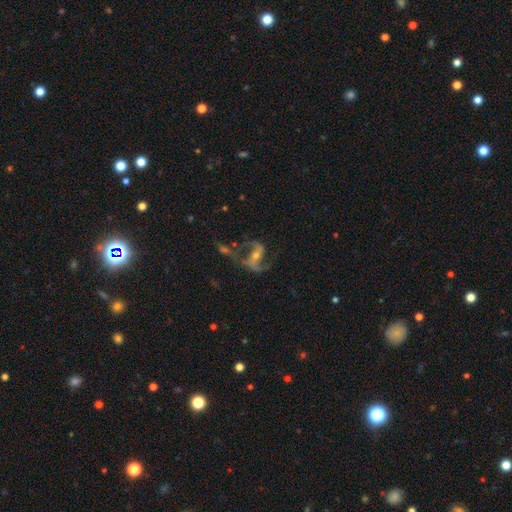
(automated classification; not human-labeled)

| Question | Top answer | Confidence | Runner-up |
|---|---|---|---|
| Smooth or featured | featured or disk | 86% | star or artifact (8%) |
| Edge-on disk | no | 97% | yes (3%) |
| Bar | weak | 36% | strong (34%) |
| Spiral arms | yes | 94% | no (6%) |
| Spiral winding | loose | 55% | medium (37%) |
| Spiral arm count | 2 | 88% | 1 (4%) |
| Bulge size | small | 53% | moderate (41%) |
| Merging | none | 50% | major disturbance (22%) |